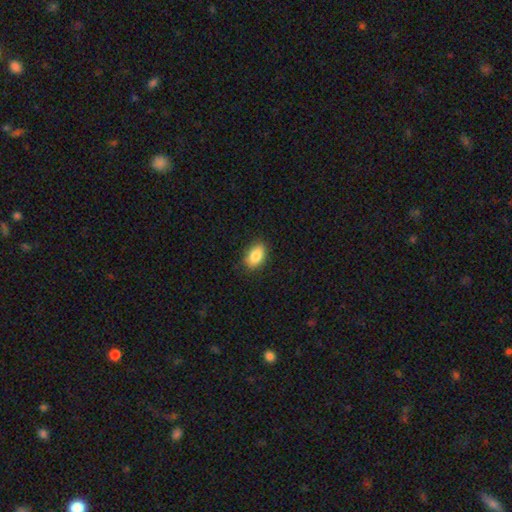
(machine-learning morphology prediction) Smooth or featured: smooth — 86% (star or artifact — 8%)
How rounded: in between — 88% (round — 10%)
Merging: none — 87% (minor disturbance — 10%)